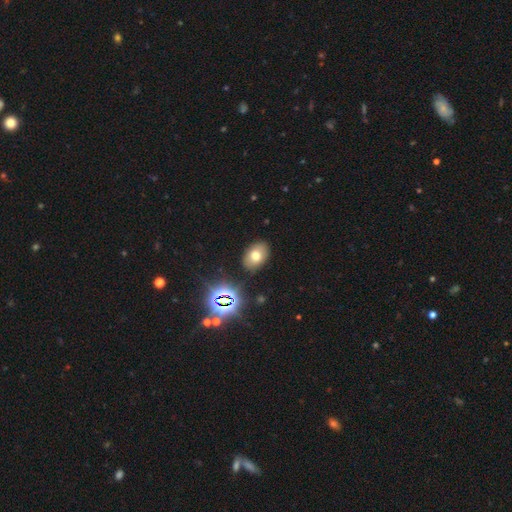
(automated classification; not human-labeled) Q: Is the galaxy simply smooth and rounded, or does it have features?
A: smooth — 68%.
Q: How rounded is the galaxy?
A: in between — 82%.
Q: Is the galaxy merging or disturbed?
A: none — 85%.